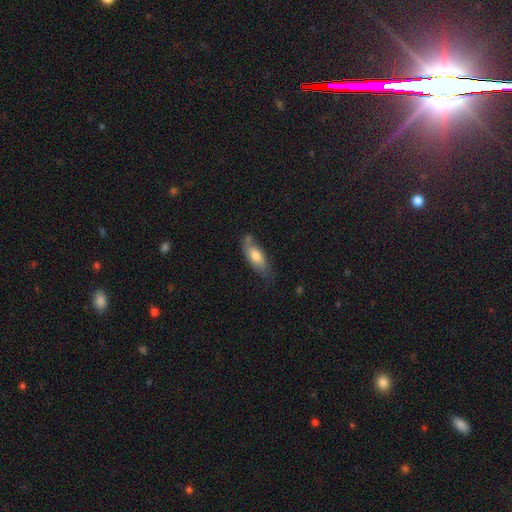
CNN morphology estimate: smooth-or-featured: smooth: 70% | featured or disk: 23% | star or artifact: 6%
  how-rounded: in between: 73% | cigar-shaped: 24% | round: 2%
  merging: none: 61% | minor disturbance: 27% | major disturbance: 6% | merger: 6%